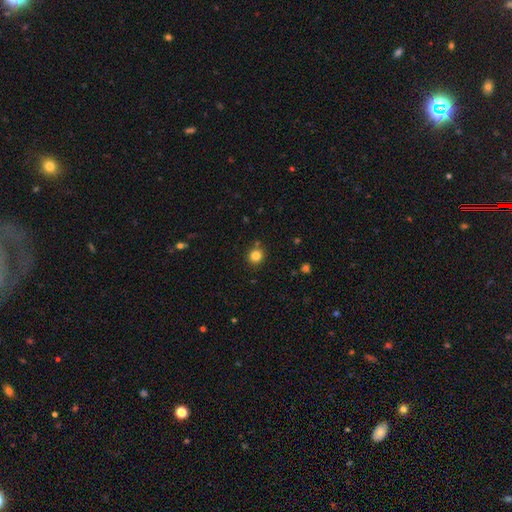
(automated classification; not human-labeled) A smooth galaxy with no disk features (83%) that is round (89%). Merging: none (84%).